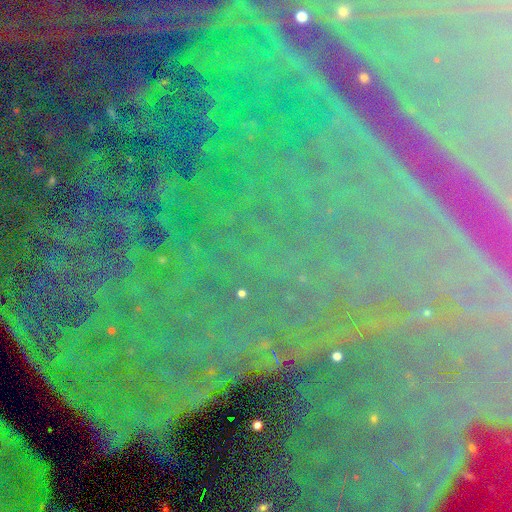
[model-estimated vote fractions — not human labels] Morphology: type=star or artifact (84%).